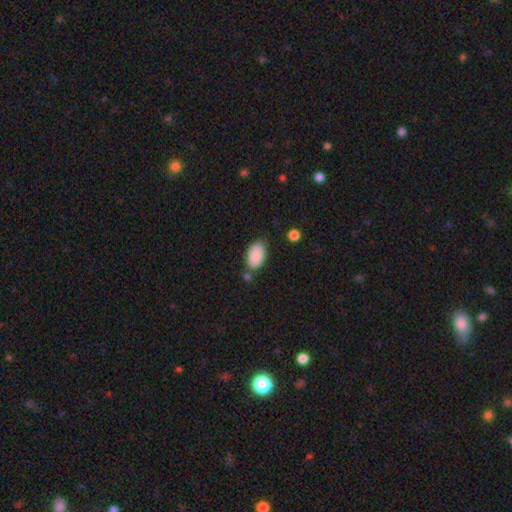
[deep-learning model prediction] This is clearly a smooth galaxy (89%). How rounded: clearly in between (94%). Merging: likely none (68%).